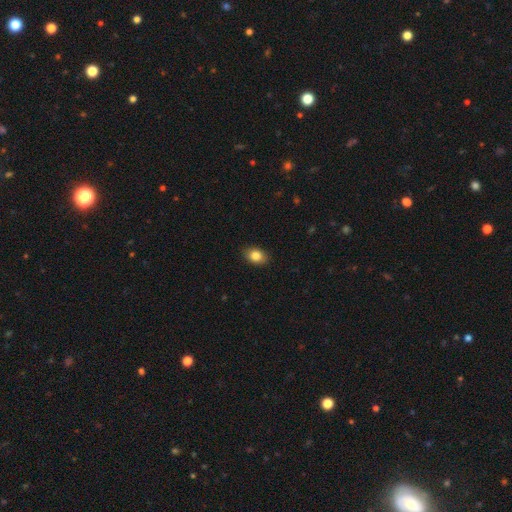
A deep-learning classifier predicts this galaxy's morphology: Smooth or featured? smooth (85%)
How rounded? in between (79%)
Merging? none (89%)